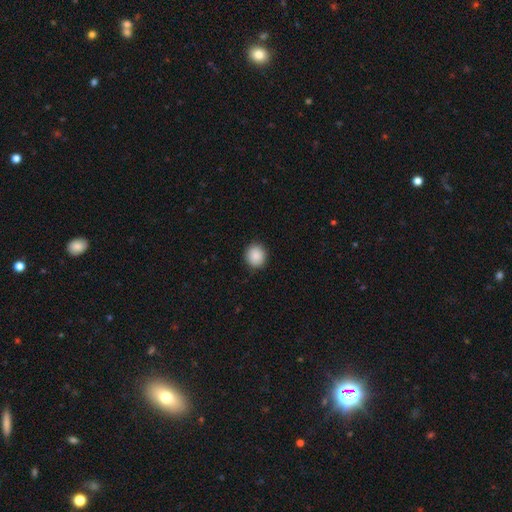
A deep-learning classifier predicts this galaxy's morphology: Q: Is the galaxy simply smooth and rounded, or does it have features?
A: smooth — 89%.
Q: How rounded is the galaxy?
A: round — 78%.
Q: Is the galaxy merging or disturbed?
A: none — 90%.